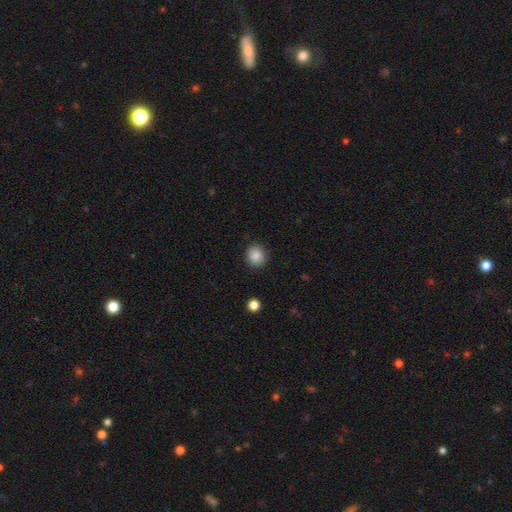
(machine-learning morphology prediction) This appears to be a smooth galaxy with no disk features (87%) that is round (85%). Merging: none (90%).